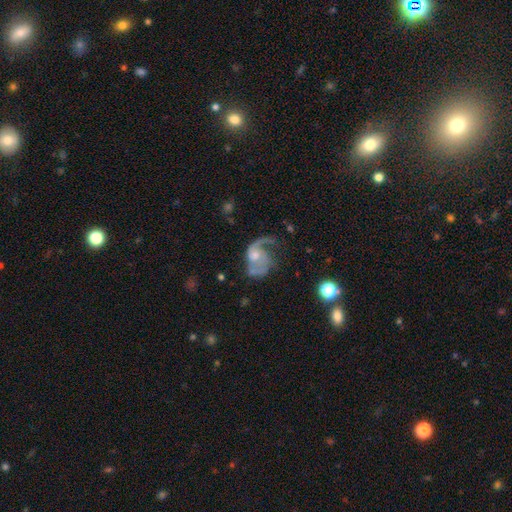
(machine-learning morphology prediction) smooth-or-featured: featured or disk: 78% | smooth: 15% | star or artifact: 7%
  disk-edge-on: no: 98% | yes: 2%
    bar: no: 70% | weak: 26% | strong: 4%
    has-spiral-arms: yes: 88% | no: 12%
      spiral-winding: loose: 54% | medium: 35% | tight: 10%
      spiral-arm-count: 2: 61% | 1: 28% | can't tell: 7% | 3: 2% | 4: 1% | more than 4: 1%
    bulge-size: moderate: 45% | small: 41% | none: 7% | large: 5% | dominant: 1%
  merging: major disturbance: 43% | none: 32% | minor disturbance: 20% | merger: 6%